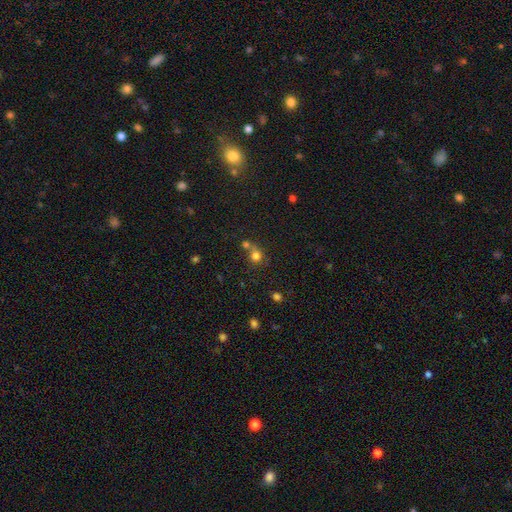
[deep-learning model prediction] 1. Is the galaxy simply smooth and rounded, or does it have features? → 75% smooth, 16% star or artifact, 9% featured or disk.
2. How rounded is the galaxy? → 84% round, 15% in between, 1% cigar-shaped.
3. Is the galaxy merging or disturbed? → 46% none, 40% merger, 9% minor disturbance, 5% major disturbance.